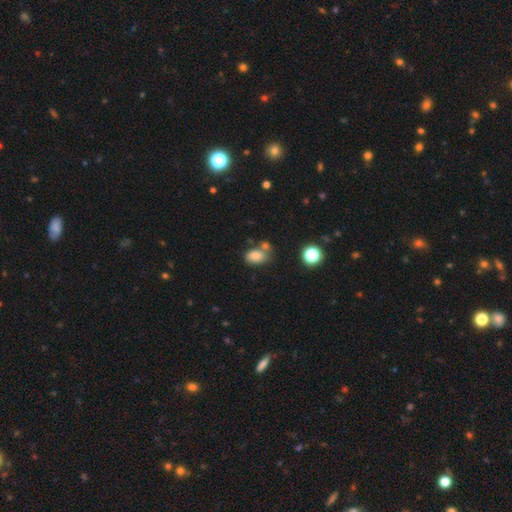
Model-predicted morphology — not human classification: A smooth galaxy with no disk features (78%) that is in between round and cigar-shaped (82%). Merging: none (51%).